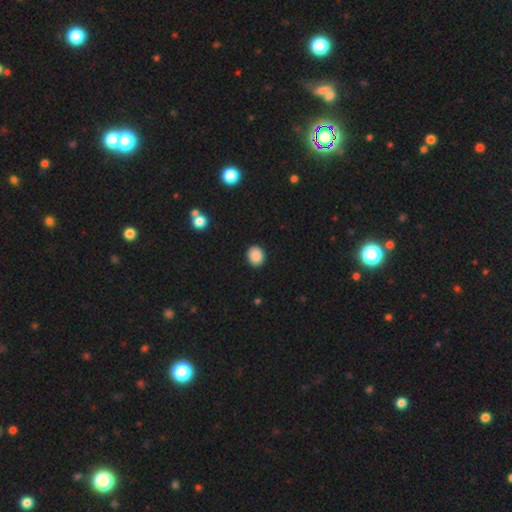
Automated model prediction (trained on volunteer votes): Smooth or featured? smooth (89%)
How rounded? round (60%)
Merging? none (90%)